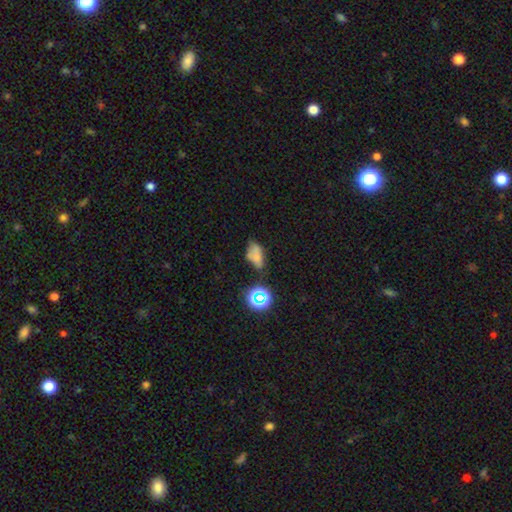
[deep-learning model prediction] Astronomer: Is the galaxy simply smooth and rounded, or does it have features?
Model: smooth — 63%.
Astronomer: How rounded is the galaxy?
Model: in between — 85%.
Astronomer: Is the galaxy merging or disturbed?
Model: none — 43% (runner-up: minor disturbance, 32%).